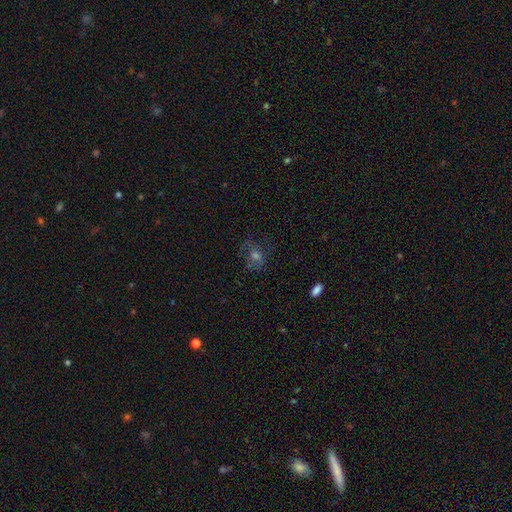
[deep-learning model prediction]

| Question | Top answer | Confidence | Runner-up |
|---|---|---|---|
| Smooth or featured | featured or disk | 37% | smooth (36%) |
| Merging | none | 65% | minor disturbance (18%) |